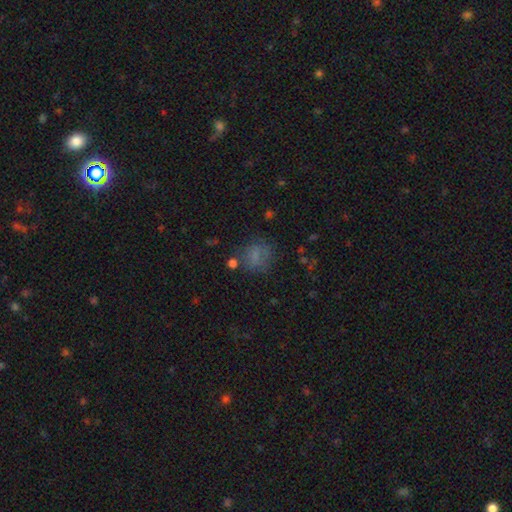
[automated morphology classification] Smooth or featured? Predicted: smooth (p=0.68). How rounded? Predicted: round (p=0.71). Merging? Predicted: none (p=0.62).